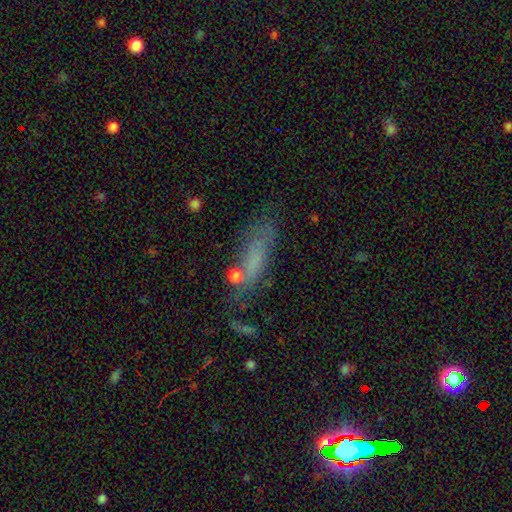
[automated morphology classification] This appears to be a smooth galaxy with no disk features (57%) that is cigar-shaped (52%). Merging: none (51%).